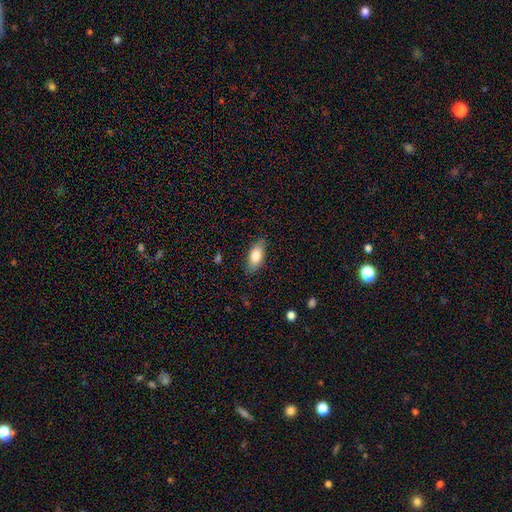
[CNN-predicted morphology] type=smooth (80%); roundness=in between (85%); merging=none (84%).